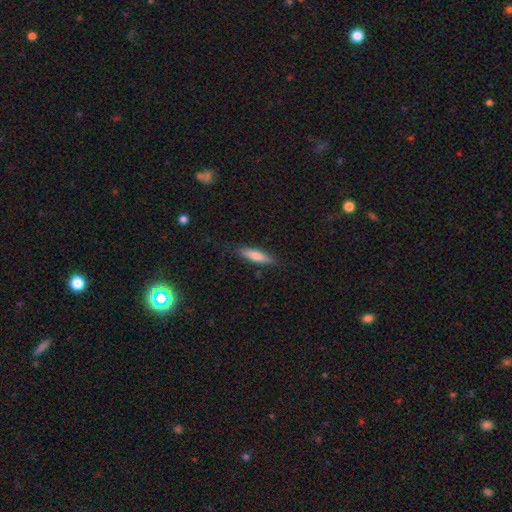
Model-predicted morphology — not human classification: Q: Smooth or featured?
A: smooth (73%); runner-up: featured or disk (21%)
Q: How rounded?
A: cigar-shaped (73%); runner-up: in between (25%)
Q: Merging?
A: none (84%); runner-up: minor disturbance (12%)